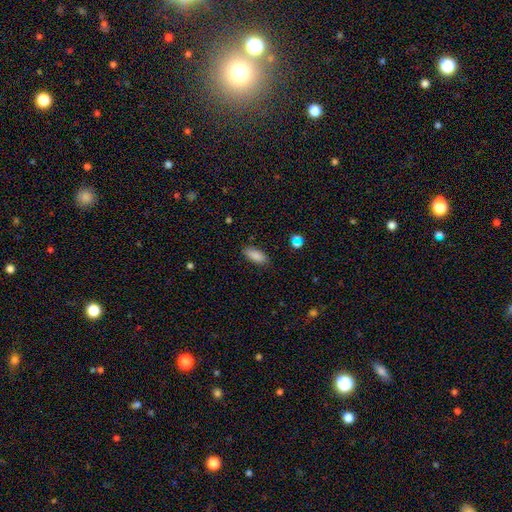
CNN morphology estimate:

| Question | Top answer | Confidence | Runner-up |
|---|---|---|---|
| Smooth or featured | smooth | 86% | star or artifact (8%) |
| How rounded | in between | 81% | cigar-shaped (17%) |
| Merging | none | 85% | minor disturbance (11%) |